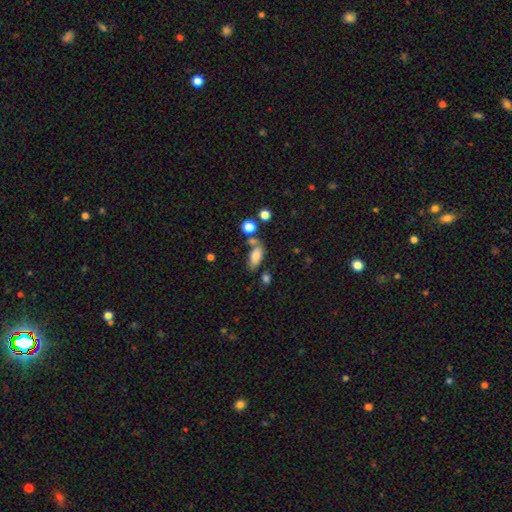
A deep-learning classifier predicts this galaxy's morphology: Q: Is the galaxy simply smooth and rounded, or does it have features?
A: smooth — 76%.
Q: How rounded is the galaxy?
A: in between — 85%.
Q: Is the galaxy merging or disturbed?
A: none — 56%.